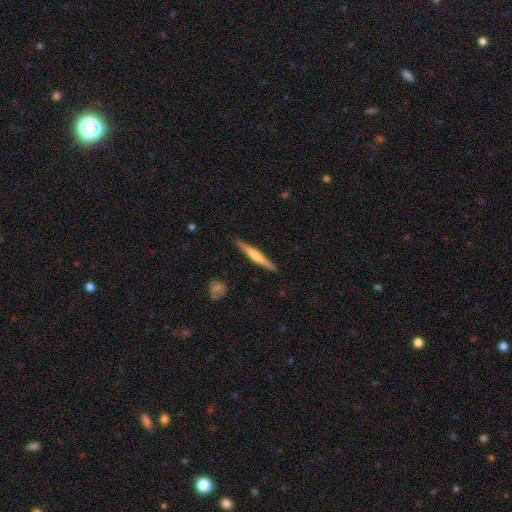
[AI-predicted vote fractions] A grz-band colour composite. It shows a smooth galaxy with no disk features (48%). Merging: none (91%).